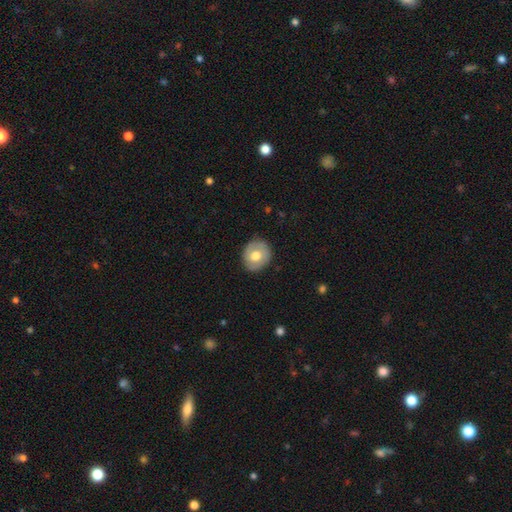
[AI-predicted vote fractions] Smooth or featured? Predicted: smooth (p=0.59). How rounded? Predicted: round (p=0.76). Merging? Predicted: none (p=0.84).